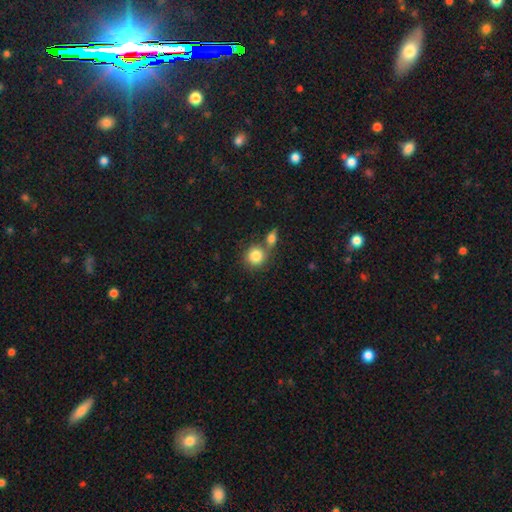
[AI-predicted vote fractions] Smooth or featured? smooth (83%)
How rounded? round (87%)
Merging? none (55%)